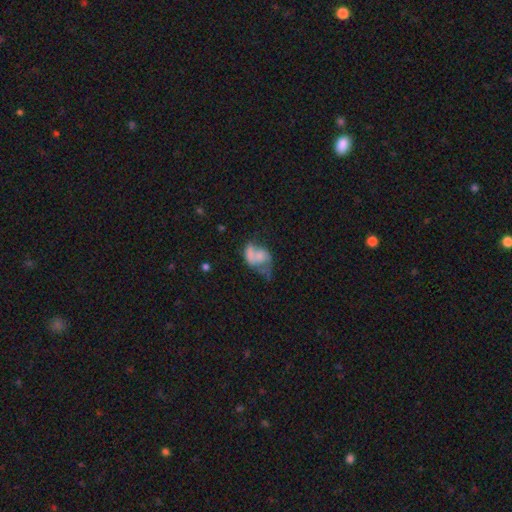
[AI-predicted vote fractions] Overall: smooth (46%; featured or disk 44%). Merging: major disturbance (35%; merger 27%).